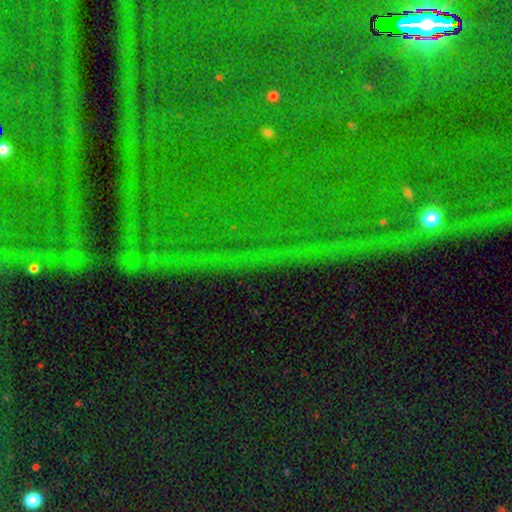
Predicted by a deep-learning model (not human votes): This is clearly a star or artifact rather than a galaxy (81%).